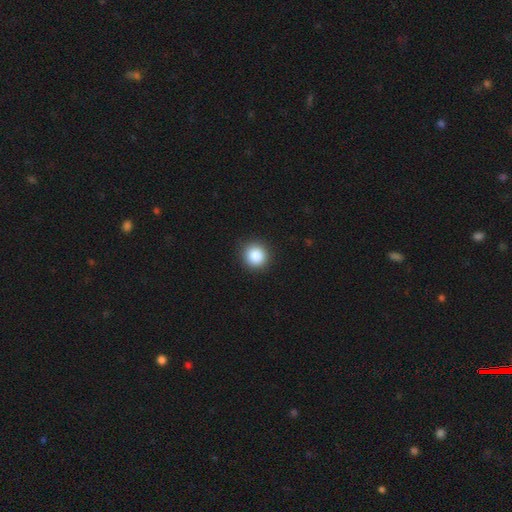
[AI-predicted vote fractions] Smooth or featured? smooth (86%)
How rounded? round (92%)
Merging? none (92%)